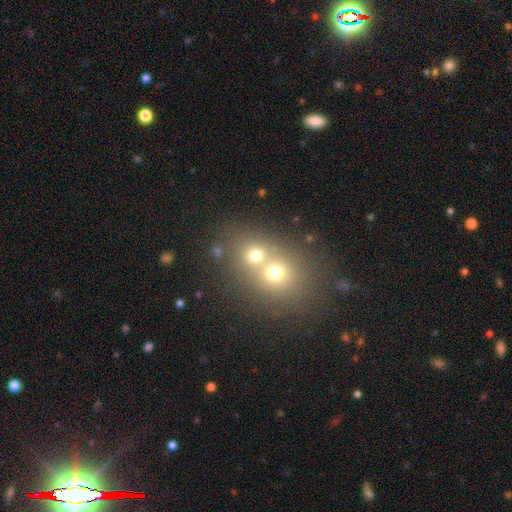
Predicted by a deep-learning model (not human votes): A smooth galaxy with no disk features (67%) that is round (74%).

Vote fractions:
- Smooth or featured? smooth: 67% / star or artifact: 18% / featured or disk: 15%
- How rounded? round: 74% / in between: 25% / cigar-shaped: 1%
- Merging? merger: 57% / none: 35% / minor disturbance: 5% / major disturbance: 3%